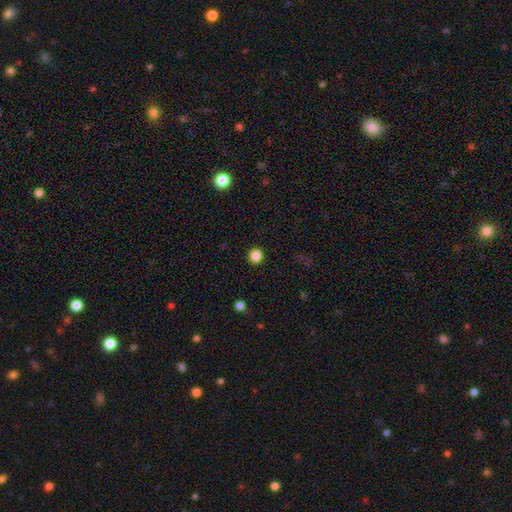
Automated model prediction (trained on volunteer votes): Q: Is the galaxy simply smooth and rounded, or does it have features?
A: smooth — 86%.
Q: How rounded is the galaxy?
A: round — 94%.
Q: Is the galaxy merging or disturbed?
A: none — 93%.